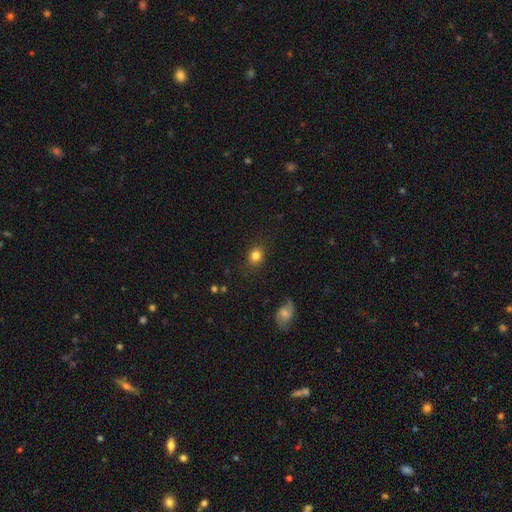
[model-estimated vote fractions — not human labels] Smooth or featured? Predicted: smooth (p=0.83). How rounded? Predicted: round (p=0.65). Merging? Predicted: none (p=0.85).